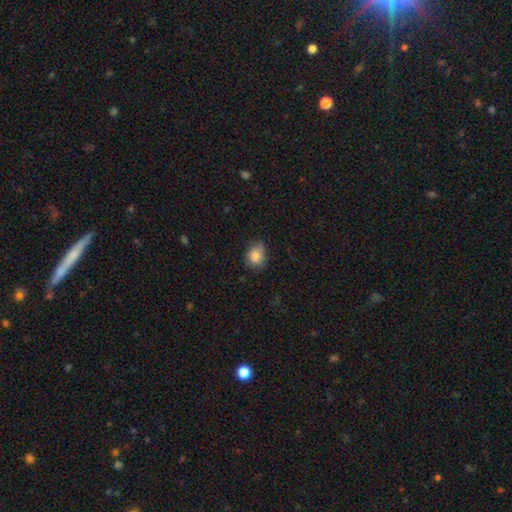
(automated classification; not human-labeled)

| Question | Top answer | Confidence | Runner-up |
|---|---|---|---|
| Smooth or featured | smooth | 84% | star or artifact (8%) |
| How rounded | round | 52% | in between (47%) |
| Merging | none | 66% | minor disturbance (27%) |